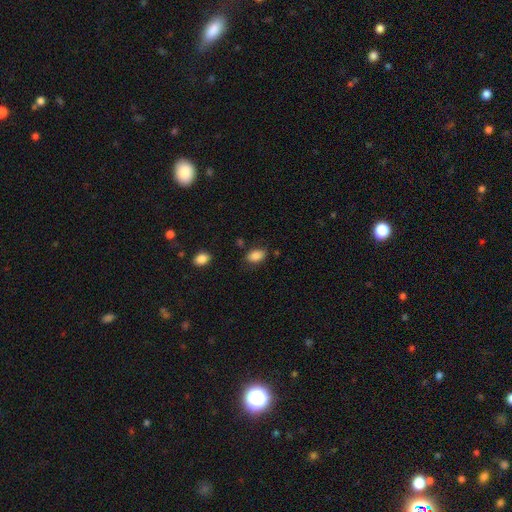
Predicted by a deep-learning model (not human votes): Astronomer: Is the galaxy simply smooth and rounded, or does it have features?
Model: smooth — 85%.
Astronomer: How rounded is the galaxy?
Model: in between — 88%.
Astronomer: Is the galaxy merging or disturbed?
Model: none — 79%.